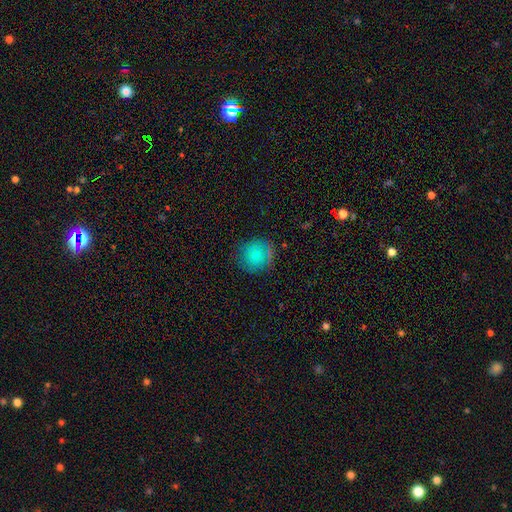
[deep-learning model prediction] Morphology: type=smooth (68%); roundness=round (87%); merging=none (74%).